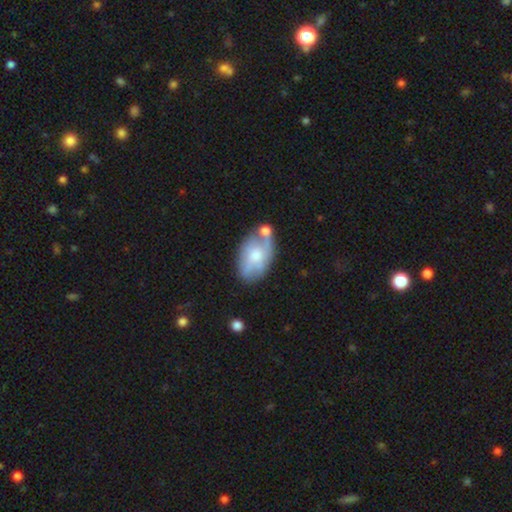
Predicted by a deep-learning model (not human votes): Smooth or featured: featured or disk — 52% (smooth — 41%)
Edge-on disk: no — 93% (yes — 7%)
Merging: none — 45% (minor disturbance — 25%)